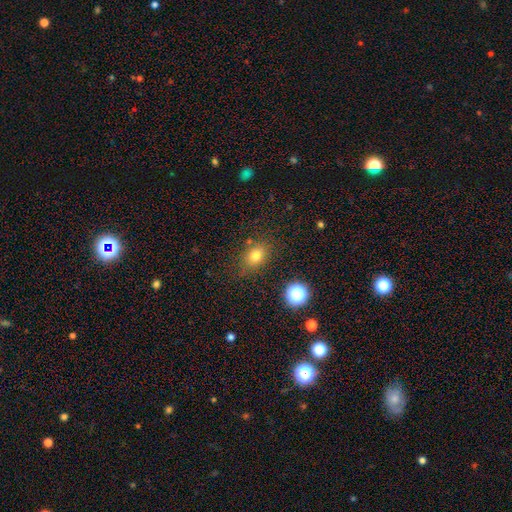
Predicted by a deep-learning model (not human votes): Smooth or featured: smooth — 76% (star or artifact — 15%)
How rounded: in between — 54% (round — 45%)
Merging: none — 76% (minor disturbance — 15%)